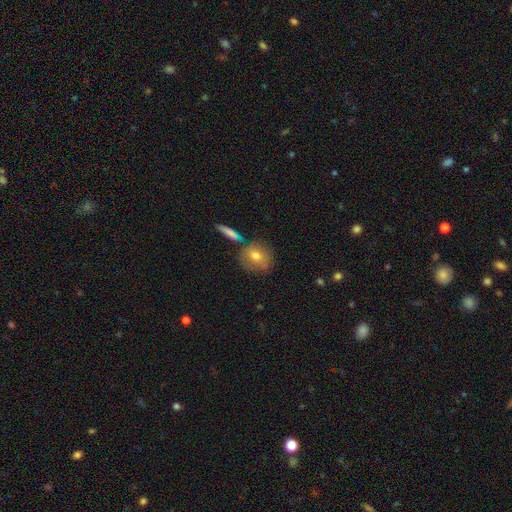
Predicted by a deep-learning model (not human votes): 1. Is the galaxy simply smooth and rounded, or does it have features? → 67% smooth, 25% featured or disk, 9% star or artifact.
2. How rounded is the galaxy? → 72% round, 25% in between, 3% cigar-shaped.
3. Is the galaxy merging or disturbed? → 69% none, 15% minor disturbance, 11% merger, 4% major disturbance.